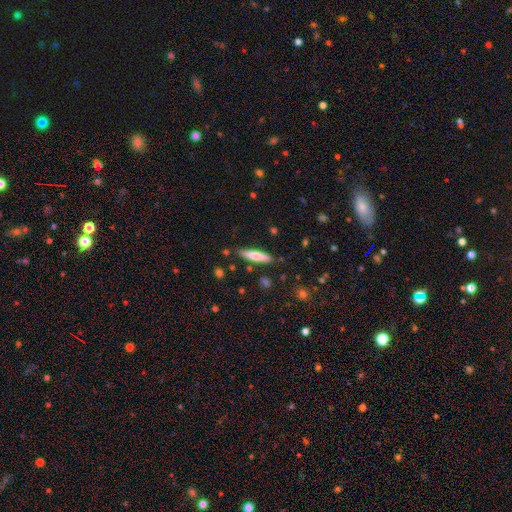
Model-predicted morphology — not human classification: smooth-or-featured: smooth: 69% | featured or disk: 25% | star or artifact: 6%
  how-rounded: cigar-shaped: 83% | in between: 16% | round: 1%
  merging: none: 86% | minor disturbance: 10% | merger: 2% | major disturbance: 2%